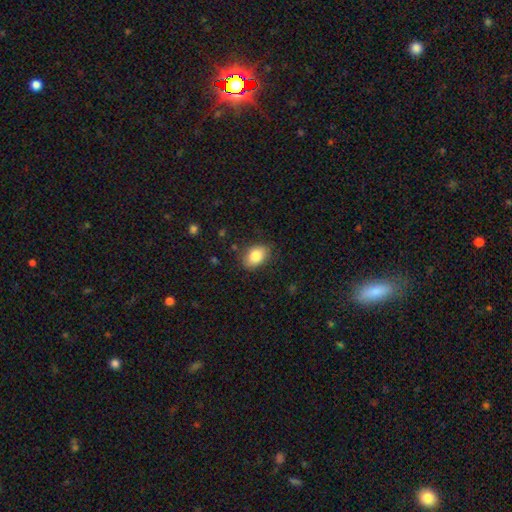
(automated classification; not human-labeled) The model was most divided on "how rounded": in between: 82%, round: 17%, cigar-shaped: 1%. More confident: smooth or featured — smooth (85%); merging — none (81%).